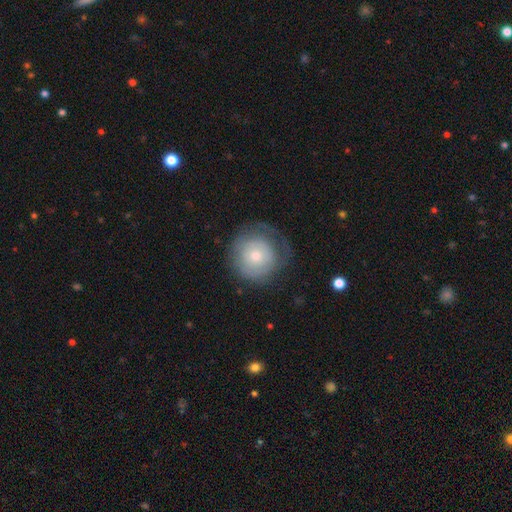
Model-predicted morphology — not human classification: Smooth or featured: smooth — 53% (featured or disk — 40%)
How rounded: round — 92% (in between — 7%)
Merging: none — 59% (minor disturbance — 24%)